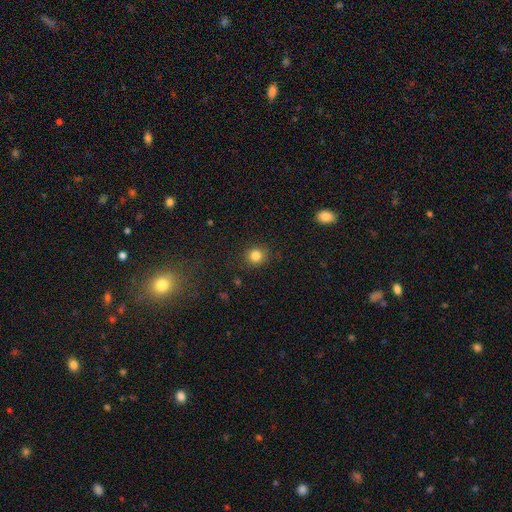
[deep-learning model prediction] Smooth or featured?
  - smooth: 83% *
  - star or artifact: 11%
  - featured or disk: 5%
How rounded?
  - round: 88% *
  - in between: 11%
  - cigar-shaped: 1%
Merging?
  - none: 88% *
  - minor disturbance: 8%
  - major disturbance: 3%
  - merger: 1%